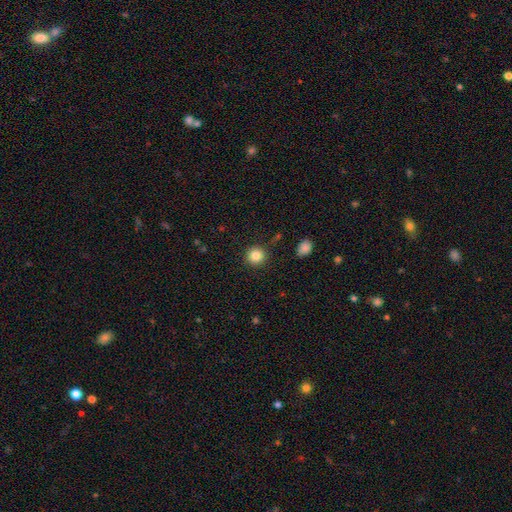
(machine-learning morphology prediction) Smooth or featured: smooth — 85% (star or artifact — 10%)
How rounded: round — 93% (in between — 6%)
Merging: none — 89% (minor disturbance — 7%)